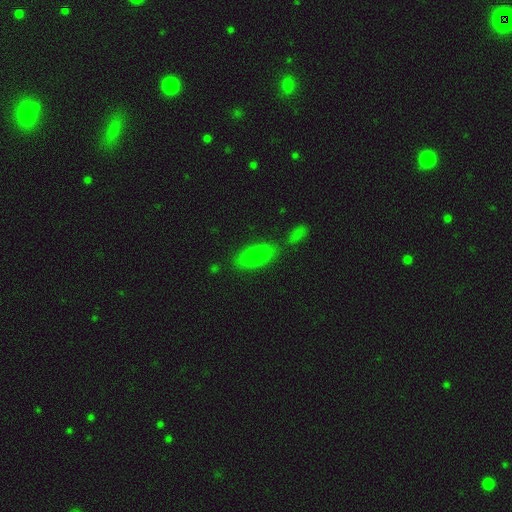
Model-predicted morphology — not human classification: Smooth or featured?
  - smooth: 82% *
  - featured or disk: 10%
  - star or artifact: 9%
How rounded?
  - in between: 77% *
  - cigar-shaped: 20%
  - round: 3%
Merging?
  - none: 64% *
  - merger: 16%
  - minor disturbance: 15%
  - major disturbance: 5%